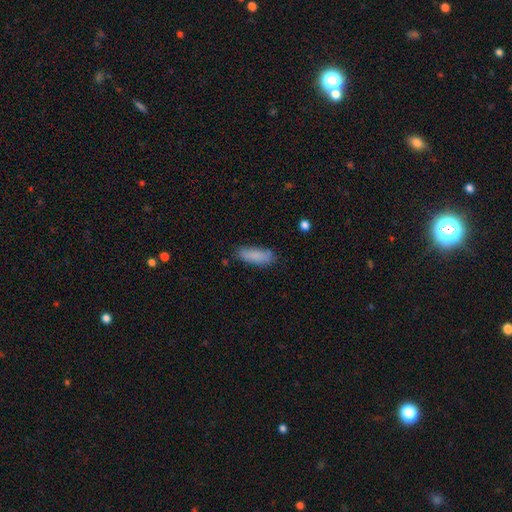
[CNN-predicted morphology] This appears to be a smooth galaxy with no disk features (86%) that is in between round and cigar-shaped (64%). Merging: none (78%).